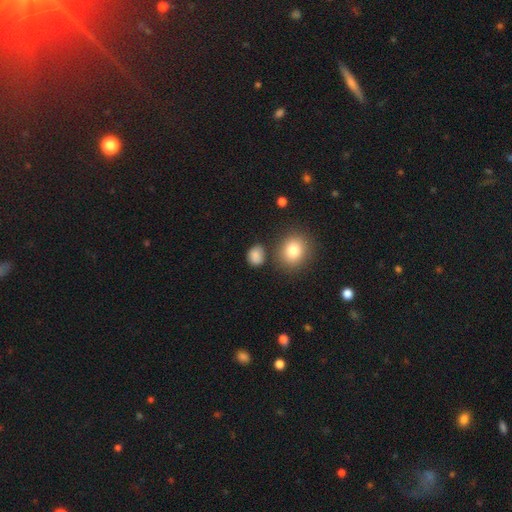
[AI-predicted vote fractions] A smooth galaxy with no disk features (84%) that is round (50%).

Vote fractions:
- Smooth or featured? smooth: 84% / star or artifact: 11% / featured or disk: 5%
- How rounded? round: 50% / in between: 49% / cigar-shaped: 1%
- Merging? none: 73% / minor disturbance: 16% / merger: 6% / major disturbance: 5%